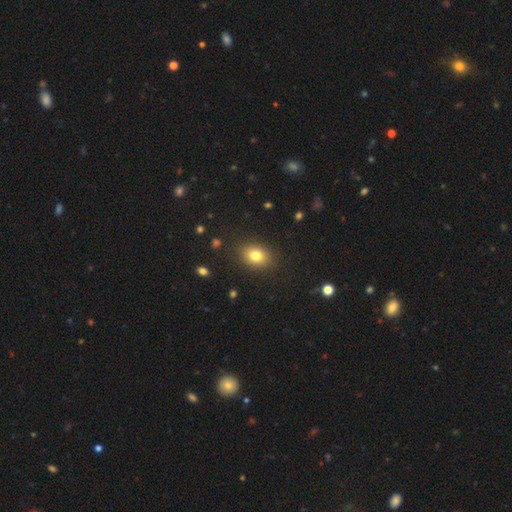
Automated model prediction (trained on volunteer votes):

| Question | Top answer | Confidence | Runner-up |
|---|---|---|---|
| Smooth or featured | smooth | 79% | star or artifact (11%) |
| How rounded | in between | 64% | round (35%) |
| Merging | none | 86% | minor disturbance (10%) |